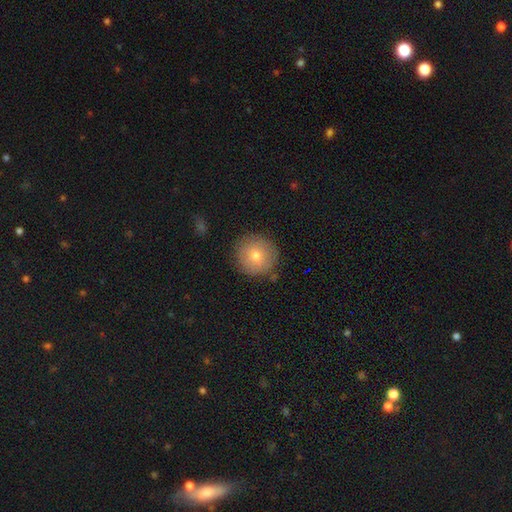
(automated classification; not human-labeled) Q: Smooth or featured?
A: smooth (74%); runner-up: featured or disk (18%)
Q: How rounded?
A: round (93%); runner-up: in between (6%)
Q: Merging?
A: none (84%); runner-up: minor disturbance (11%)